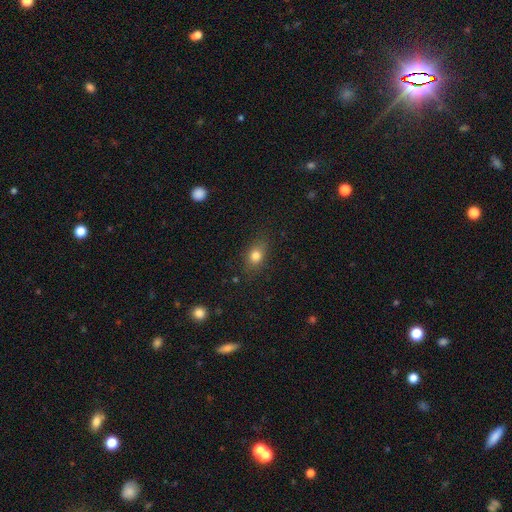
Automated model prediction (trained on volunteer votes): Smooth or featured: smooth — 79% (star or artifact — 11%)
How rounded: in between — 63% (round — 33%)
Merging: none — 79% (minor disturbance — 15%)